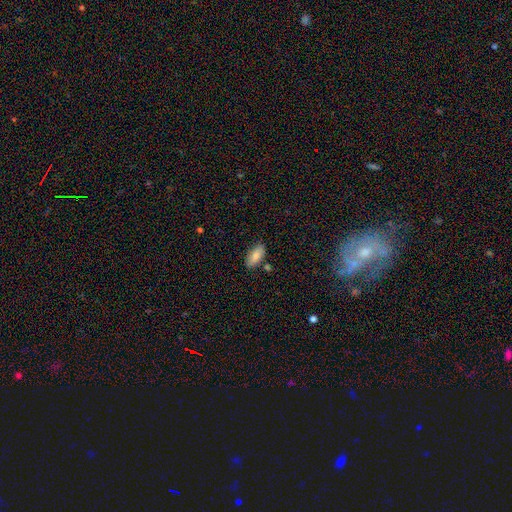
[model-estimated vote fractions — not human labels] Smooth or featured? Predicted: smooth (p=0.83). How rounded? Predicted: in between (p=0.90). Merging? Predicted: none (p=0.80).